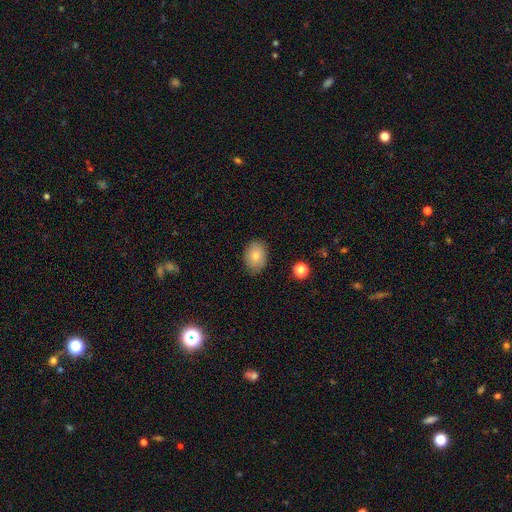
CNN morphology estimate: smooth_or_featured: smooth (p=0.80) [alt: featured or disk p=0.12]
how_rounded: in between (p=0.76) [alt: round p=0.23]
merging: none (p=0.83) [alt: minor disturbance p=0.13]